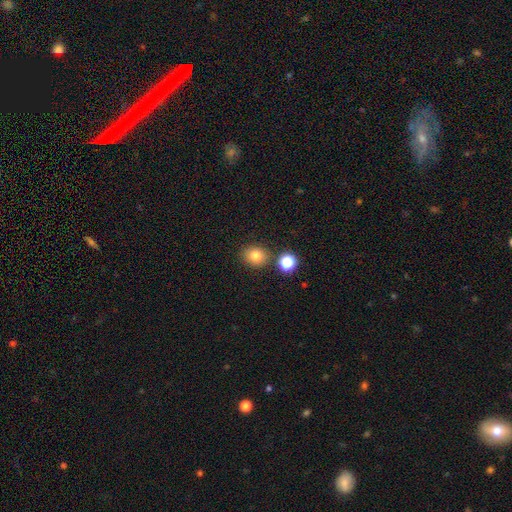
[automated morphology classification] A smooth galaxy with no disk features (79%) that is round (68%).

Vote fractions:
- Smooth or featured? smooth: 79% / star or artifact: 14% / featured or disk: 8%
- How rounded? round: 68% / in between: 31% / cigar-shaped: 1%
- Merging? none: 81% / minor disturbance: 9% / merger: 7% / major disturbance: 3%